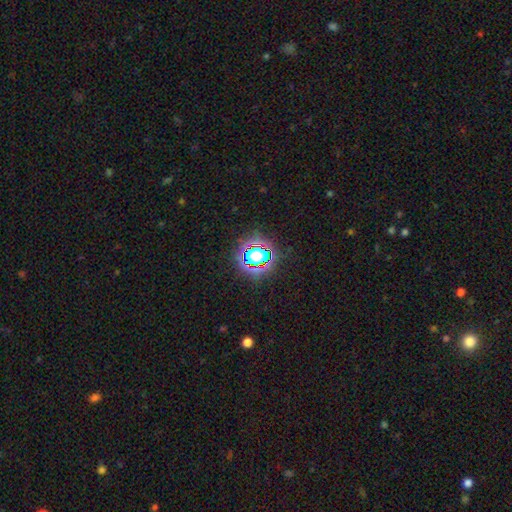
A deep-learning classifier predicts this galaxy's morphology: A star or artifact, not a galaxy (61%).

Vote fractions:
- Smooth or featured? star or artifact: 61% / smooth: 26% / featured or disk: 12%